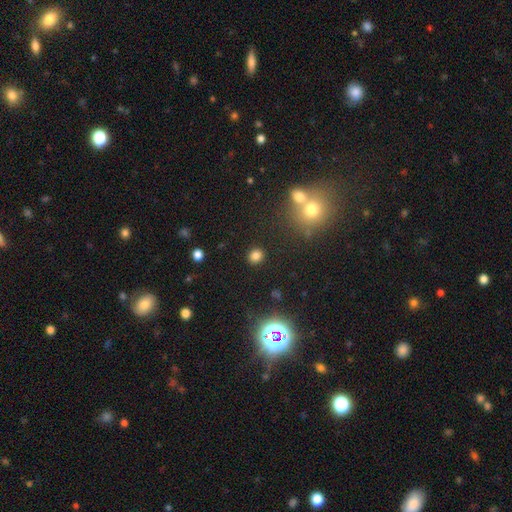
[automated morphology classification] Smooth or featured? Predicted: smooth (p=0.78). How rounded? Predicted: round (p=0.80). Merging? Predicted: none (p=0.89).